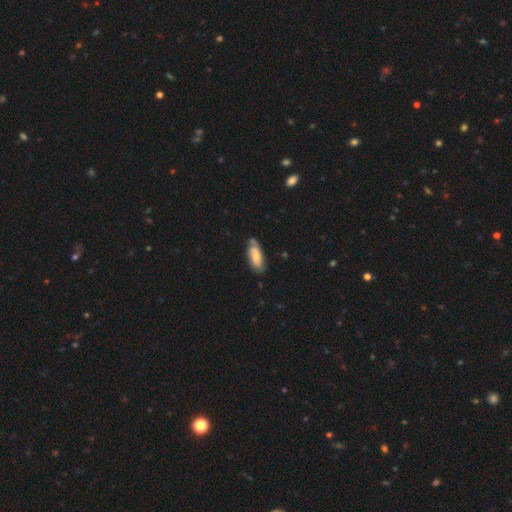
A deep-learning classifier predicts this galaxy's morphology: type=smooth (57%); roundness=in between (78%); merging=none (65%).